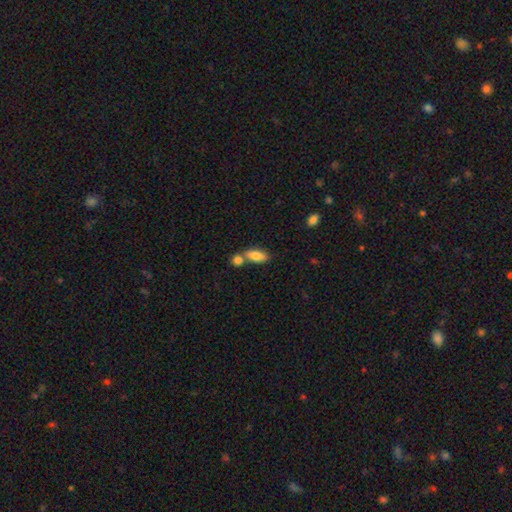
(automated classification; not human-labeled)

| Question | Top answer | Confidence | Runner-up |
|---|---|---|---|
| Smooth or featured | smooth | 81% | featured or disk (12%) |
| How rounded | in between | 81% | cigar-shaped (15%) |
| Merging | none | 47% | merger (39%) |